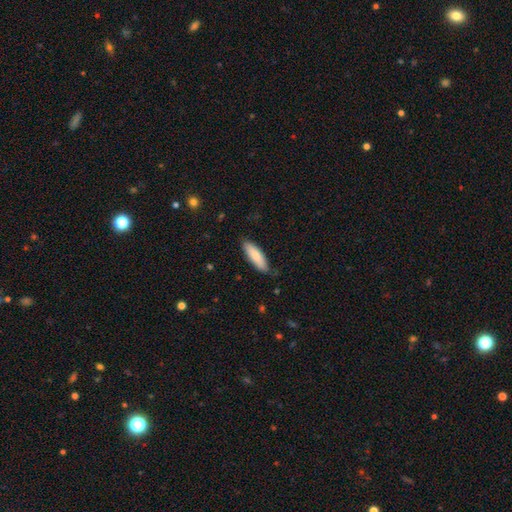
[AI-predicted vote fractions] Smooth or featured? smooth (79%)
How rounded? in between (52%)
Merging? none (79%)